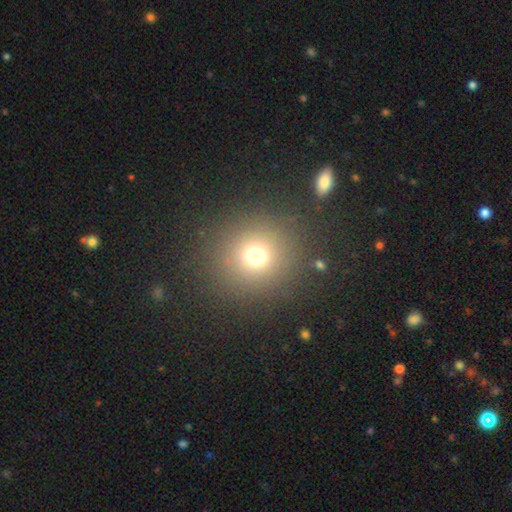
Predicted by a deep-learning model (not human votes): Smooth or featured? Predicted: smooth (p=0.70). How rounded? Predicted: round (p=0.92). Merging? Predicted: none (p=0.85).